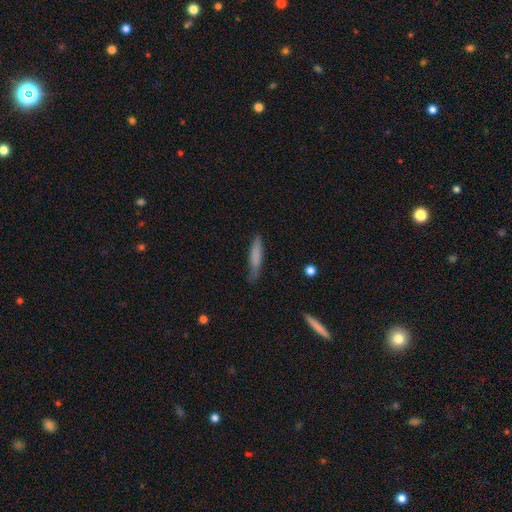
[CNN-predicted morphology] A smooth galaxy with no disk features (75%) that is cigar-shaped (87%). Merging: none (76%).